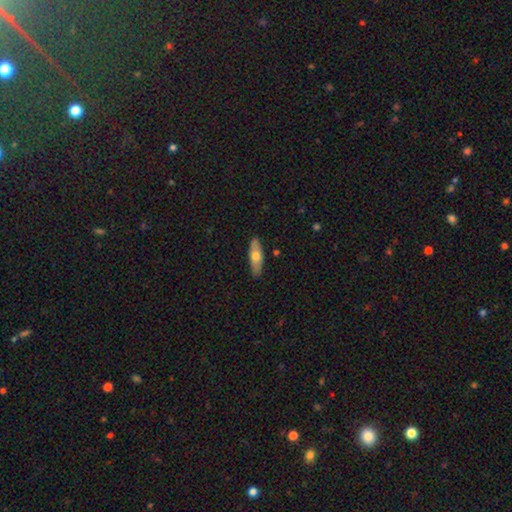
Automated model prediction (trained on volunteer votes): A smooth galaxy with no disk features (62%) that is in between round and cigar-shaped (58%).

Vote fractions:
- Smooth or featured? smooth: 62% / featured or disk: 32% / star or artifact: 6%
- How rounded? in between: 58% / cigar-shaped: 40% / round: 3%
- Merging? none: 88% / minor disturbance: 9% / major disturbance: 2% / merger: 1%